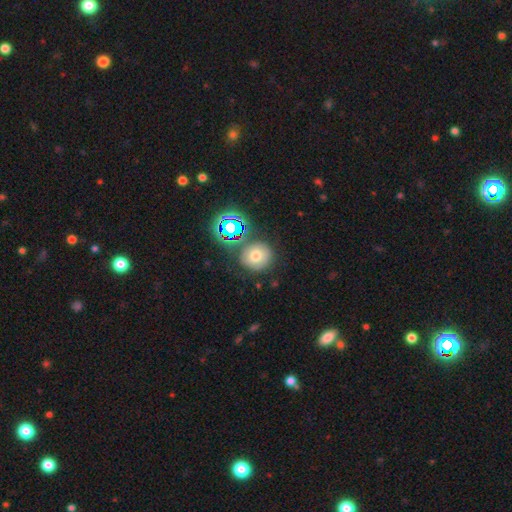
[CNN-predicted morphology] Smooth or featured? smooth (60%)
How rounded? round (86%)
Merging? none (71%)